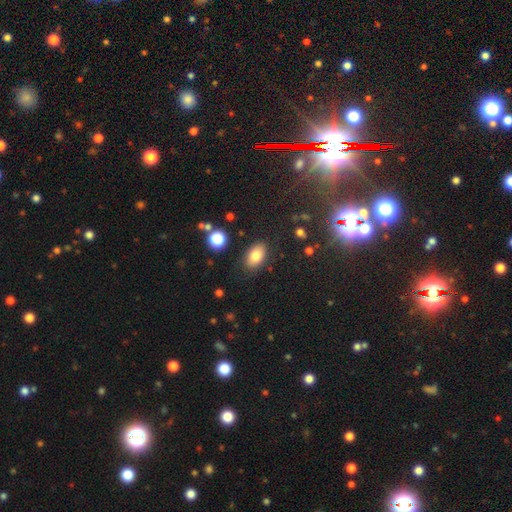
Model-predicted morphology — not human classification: smooth-or-featured: smooth: 80% | featured or disk: 11% | star or artifact: 9%
  how-rounded: in between: 90% | round: 8% | cigar-shaped: 2%
  merging: none: 84% | minor disturbance: 11% | major disturbance: 3% | merger: 2%